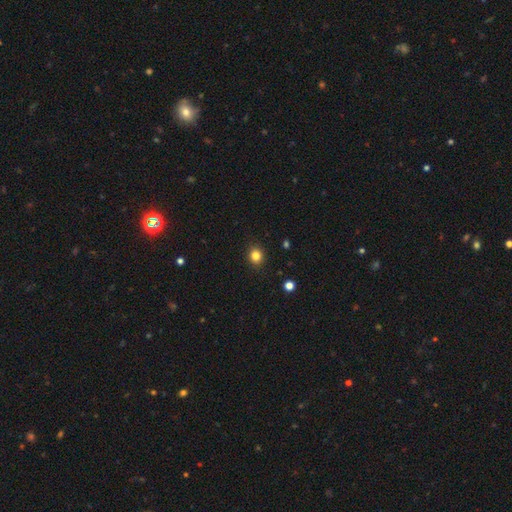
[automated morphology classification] Smooth or featured? Predicted: smooth (p=0.83). How rounded? Predicted: round (p=0.79). Merging? Predicted: none (p=0.90).